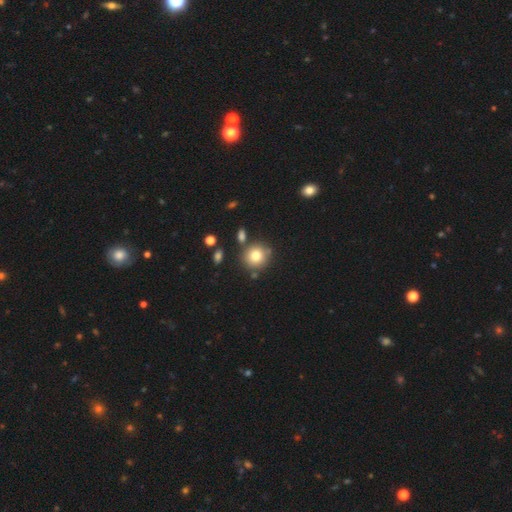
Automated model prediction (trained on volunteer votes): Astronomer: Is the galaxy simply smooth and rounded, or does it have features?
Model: smooth — 78%.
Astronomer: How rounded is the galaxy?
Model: round — 90%.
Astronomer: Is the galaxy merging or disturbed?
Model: none — 77%.